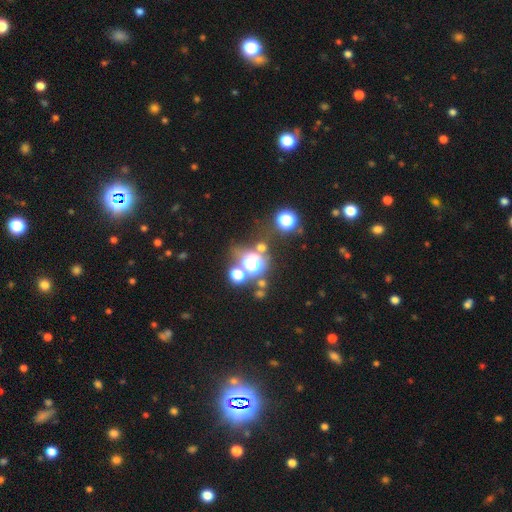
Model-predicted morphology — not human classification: type=star or artifact (52%).